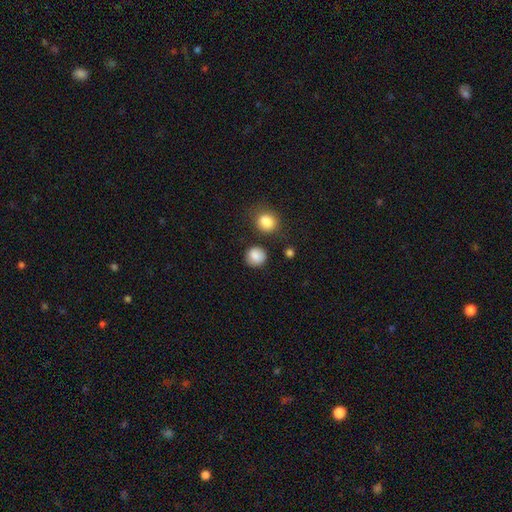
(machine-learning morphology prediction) Smooth or featured: smooth — 87% (star or artifact — 9%)
How rounded: round — 88% (in between — 11%)
Merging: none — 82% (minor disturbance — 10%)